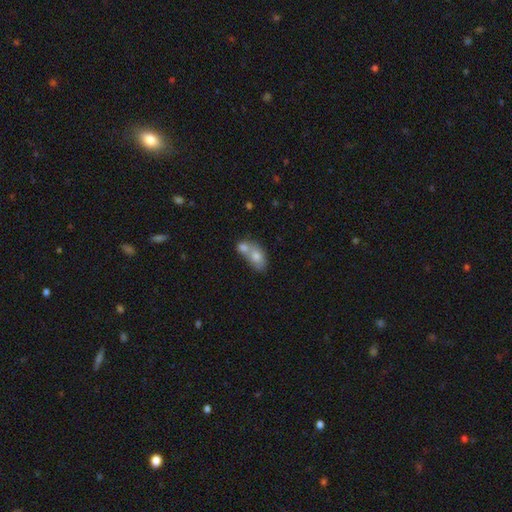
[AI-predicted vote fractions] Smooth or featured: smooth — 72% (featured or disk — 20%)
How rounded: in between — 80% (round — 17%)
Merging: merger — 66% (none — 21%)